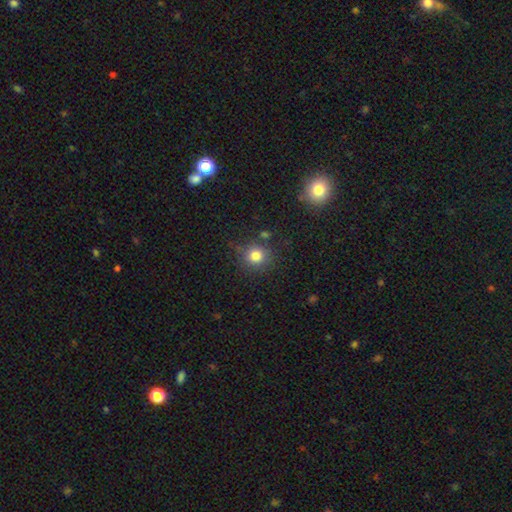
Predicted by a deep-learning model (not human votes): A smooth galaxy with no disk features (82%) that is round (90%).

Vote fractions:
- Smooth or featured? smooth: 82% / star or artifact: 12% / featured or disk: 6%
- How rounded? round: 90% / in between: 9% / cigar-shaped: 1%
- Merging? none: 82% / minor disturbance: 10% / merger: 5% / major disturbance: 4%